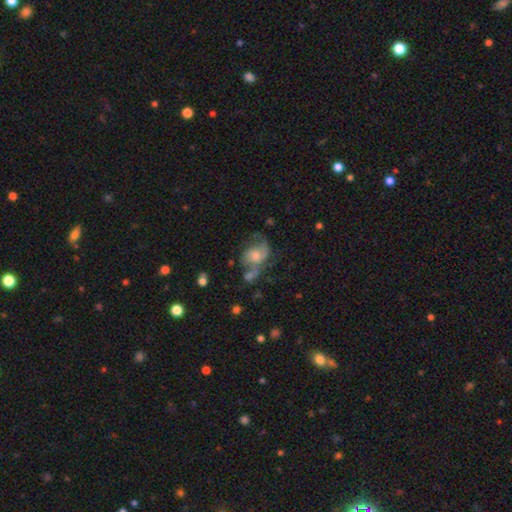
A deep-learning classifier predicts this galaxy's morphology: A featured or disk galaxy (62%) with no bar (68%), spiral arms (80%) and a moderate central bulge (49%).

Vote fractions:
- Smooth or featured? featured or disk: 62% / smooth: 27% / star or artifact: 11%
- Edge-on disk? no: 97% / yes: 3%
- Bar? no: 68% / weak: 27% / strong: 5%
- Spiral arms? yes: 80% / no: 20%
- Bulge size? moderate: 49% / small: 25% / large: 15% / none: 9% / dominant: 2%
- Merging? none: 38% / major disturbance: 23% / minor disturbance: 22% / merger: 17%